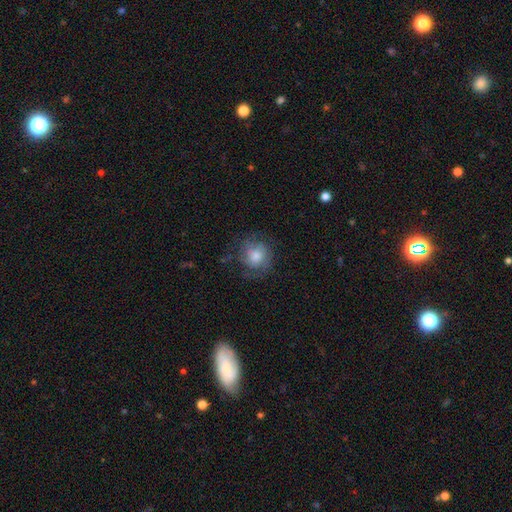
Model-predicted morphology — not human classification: smooth_or_featured: smooth (p=0.53) [alt: featured or disk p=0.38]
how_rounded: round (p=0.84) [alt: in between p=0.15]
merging: none (p=0.65) [alt: minor disturbance p=0.21]